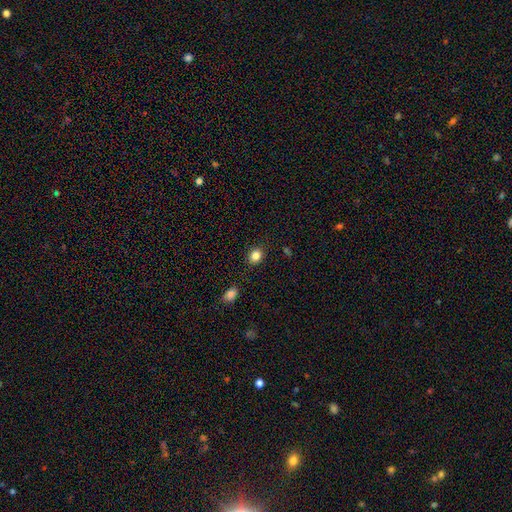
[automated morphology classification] This appears to be a smooth galaxy with no disk features (85%) that is round (56%). Merging: none (87%).